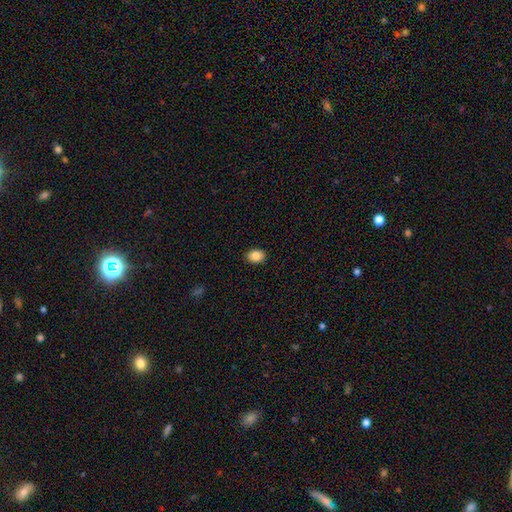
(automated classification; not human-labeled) The model was most divided on "how rounded": in between: 70%, round: 29%, cigar-shaped: 1%. More confident: merging — none (90%); smooth or featured — smooth (86%).